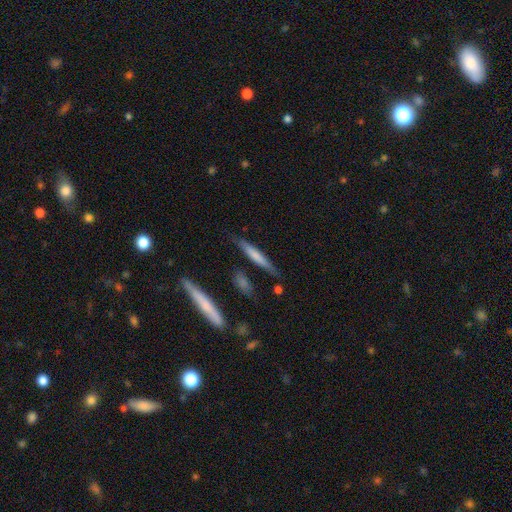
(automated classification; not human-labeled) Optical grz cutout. It shows a smooth galaxy with no disk features (62%) that is cigar-shaped (91%). Merging: none (79%).